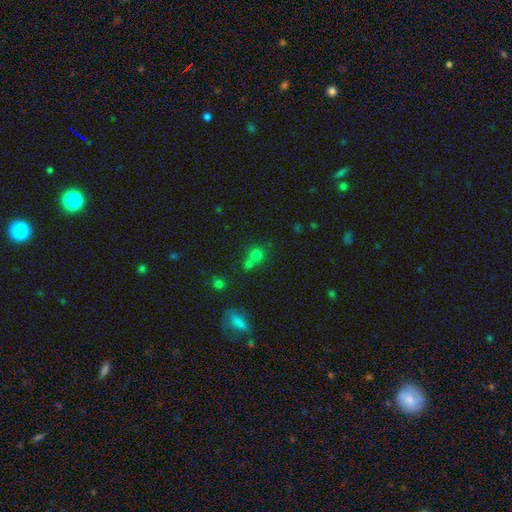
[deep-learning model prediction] Smooth or featured? smooth (69%)
How rounded? round (84%)
Merging? none (49%)